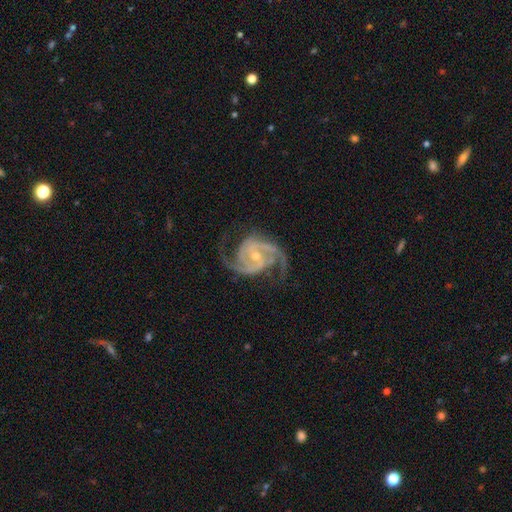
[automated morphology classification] A featured or disk galaxy (93%) with no bar (51%), 2 (68%) medium (56%) spiral arms (99%) and a small central bulge (53%).

Vote fractions:
- Smooth or featured? featured or disk: 93% / star or artifact: 4% / smooth: 3%
- Edge-on disk? no: 98% / yes: 2%
- Bar? no: 51% / weak: 36% / strong: 14%
- Spiral arms? yes: 99% / no: 1%
- Spiral winding? medium: 56% / tight: 30% / loose: 13%
- Spiral arm count? 2: 68% / 3: 20% / can't tell: 3% / 4: 3% / 1: 3% / more than 4: 3%
- Bulge size? small: 53% / moderate: 44% / large: 1% / none: 1% / dominant: 1%
- Merging? none: 73% / minor disturbance: 17% / major disturbance: 9% / merger: 1%